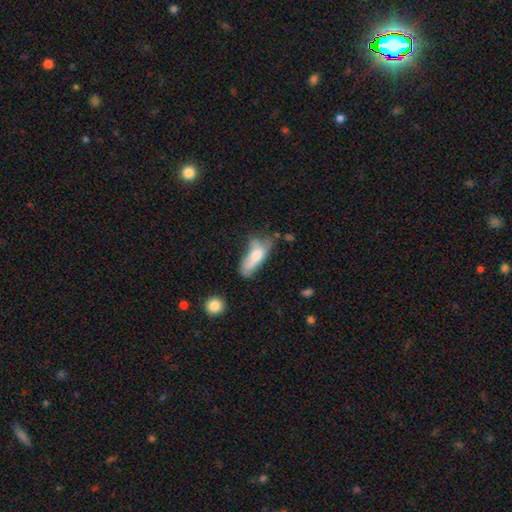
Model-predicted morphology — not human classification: A smooth galaxy with no disk features (60%) that is in between round and cigar-shaped (71%). Merging: none (32%).